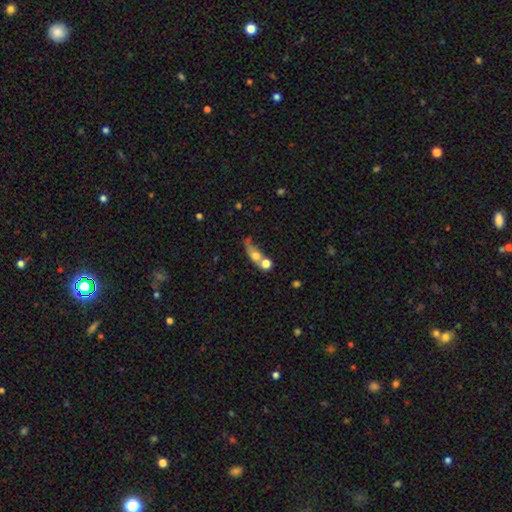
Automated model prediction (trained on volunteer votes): Smooth or featured? smooth (62%)
How rounded? in between (44%)
Merging? merger (47%)